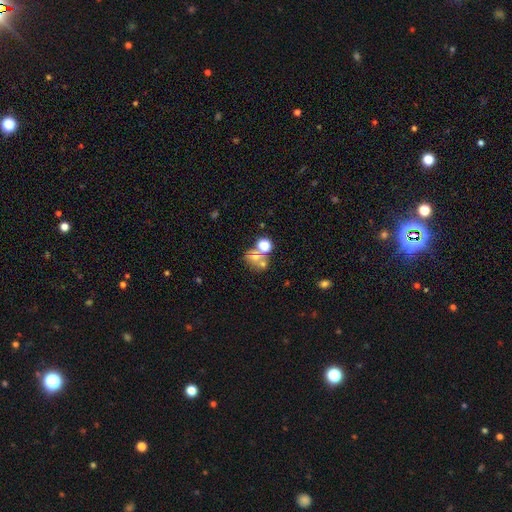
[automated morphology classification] Smooth or featured? smooth (54%)
How rounded? round (71%)
Merging? none (43%)